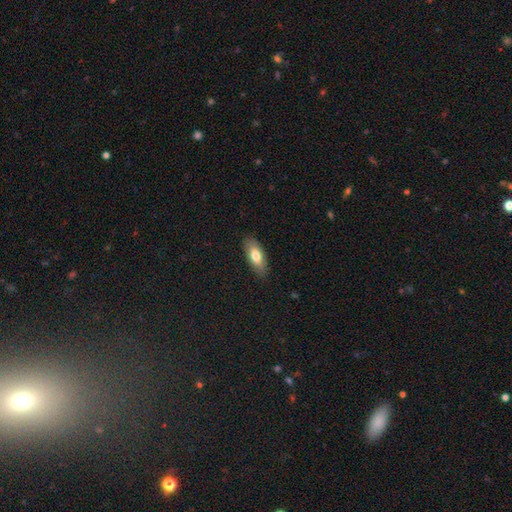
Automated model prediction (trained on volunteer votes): Smooth or featured?
  - smooth: 73% *
  - featured or disk: 21%
  - star or artifact: 6%
How rounded?
  - in between: 80% *
  - cigar-shaped: 18%
  - round: 3%
Merging?
  - none: 87% *
  - minor disturbance: 10%
  - major disturbance: 2%
  - merger: 1%